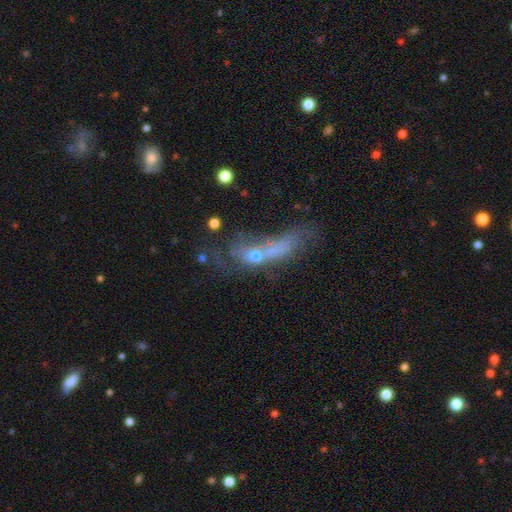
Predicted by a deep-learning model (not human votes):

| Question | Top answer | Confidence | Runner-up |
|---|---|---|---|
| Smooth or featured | smooth | 51% | featured or disk (34%) |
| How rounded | in between | 50% | cigar-shaped (31%) |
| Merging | major disturbance | 33% | none (28%) |